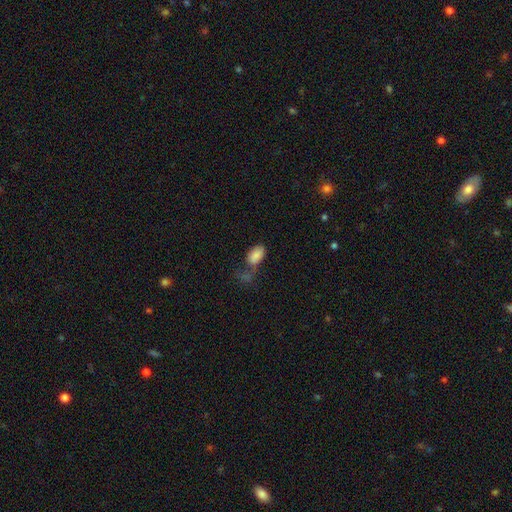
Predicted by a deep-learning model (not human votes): Smooth or featured? Predicted: smooth (p=0.83). How rounded? Predicted: in between (p=0.93). Merging? Predicted: none (p=0.34).